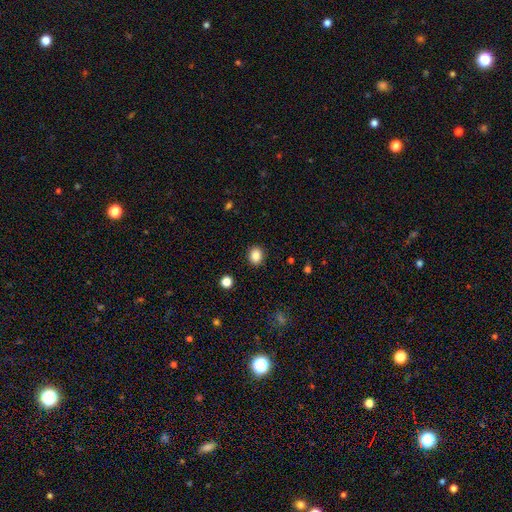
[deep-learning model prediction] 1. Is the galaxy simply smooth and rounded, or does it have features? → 85% smooth, 10% star or artifact, 5% featured or disk.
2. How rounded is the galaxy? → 60% round, 39% in between, 1% cigar-shaped.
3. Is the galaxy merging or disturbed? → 90% none, 7% minor disturbance, 2% major disturbance, 1% merger.